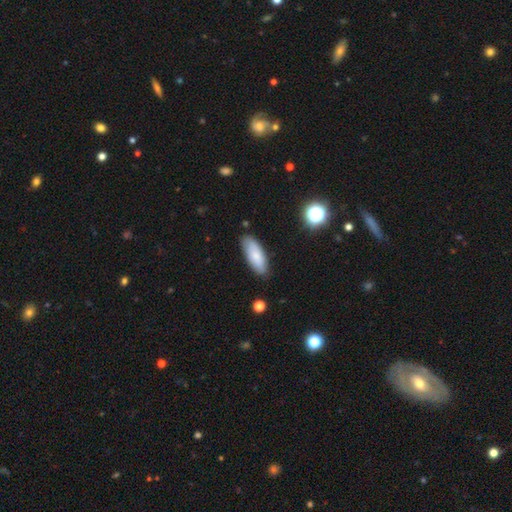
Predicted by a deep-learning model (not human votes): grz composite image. It shows a smooth galaxy with no disk features (77%) that is in between round and cigar-shaped (74%). Merging: none (82%).